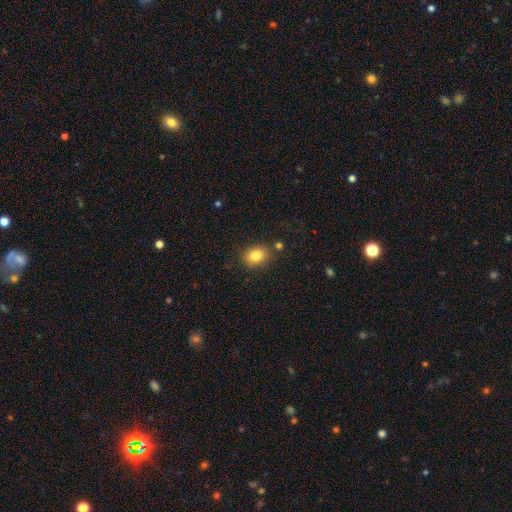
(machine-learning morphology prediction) Smooth or featured?
  - smooth: 83% *
  - star or artifact: 10%
  - featured or disk: 7%
How rounded?
  - in between: 63% *
  - round: 36%
  - cigar-shaped: 1%
Merging?
  - none: 81% *
  - minor disturbance: 11%
  - merger: 4%
  - major disturbance: 3%